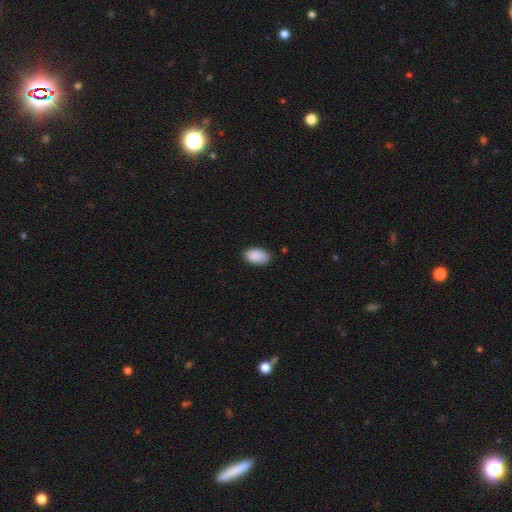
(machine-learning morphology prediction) Smooth or featured?
  - smooth: 90% *
  - star or artifact: 7%
  - featured or disk: 4%
How rounded?
  - in between: 94% *
  - round: 5%
  - cigar-shaped: 1%
Merging?
  - none: 80% *
  - minor disturbance: 16%
  - major disturbance: 3%
  - merger: 1%